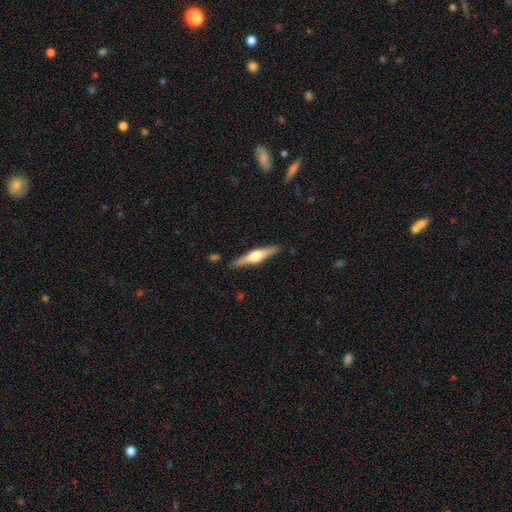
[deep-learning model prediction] Q: Smooth or featured?
A: featured or disk (66%); runner-up: smooth (29%)
Q: Edge-on disk?
A: yes (97%); runner-up: no (3%)
Q: Edge-on bulge?
A: rounded (91%); runner-up: boxy (6%)
Q: Merging?
A: none (89%); runner-up: minor disturbance (8%)